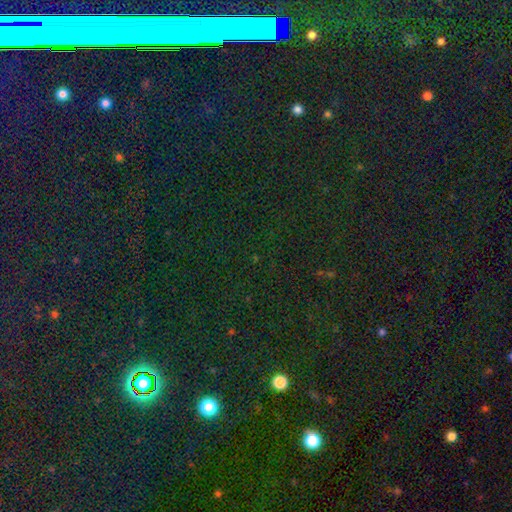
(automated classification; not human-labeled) A star or artifact, not a galaxy (79%).

Vote fractions:
- Smooth or featured? star or artifact: 79% / smooth: 14% / featured or disk: 7%